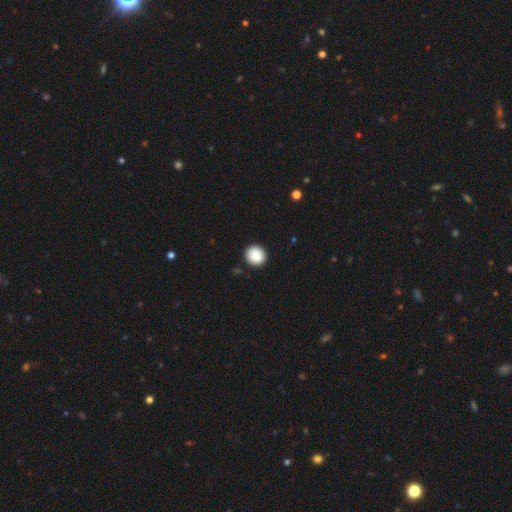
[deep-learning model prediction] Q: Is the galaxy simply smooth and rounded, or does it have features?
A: smooth — 87%.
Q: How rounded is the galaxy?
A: round — 93%.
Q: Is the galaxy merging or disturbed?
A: none — 91%.